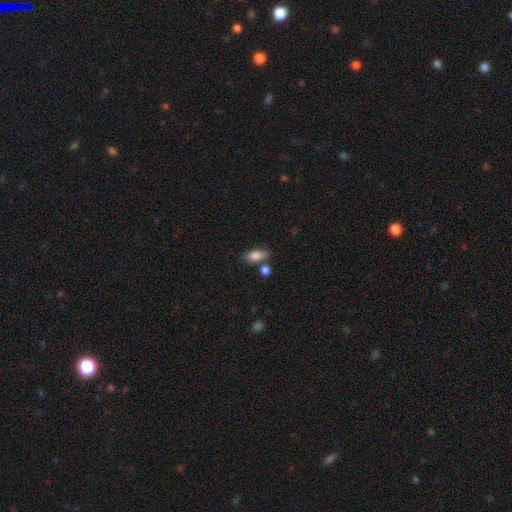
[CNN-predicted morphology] type=smooth (85%); roundness=in between (86%); merging=none (72%).